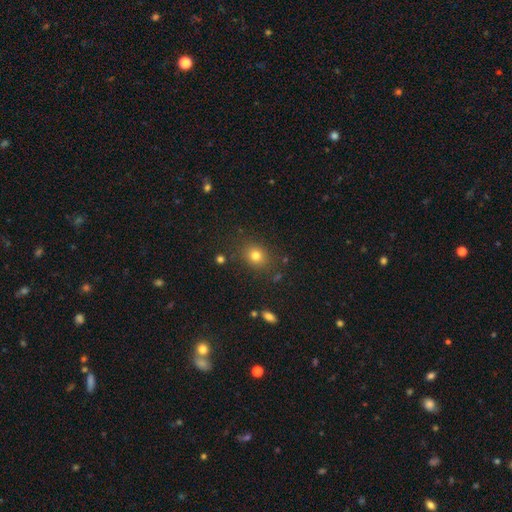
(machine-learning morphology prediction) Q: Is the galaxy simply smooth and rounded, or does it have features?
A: smooth — 78%.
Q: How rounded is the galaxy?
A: round — 66%.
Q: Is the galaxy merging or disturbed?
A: none — 84%.